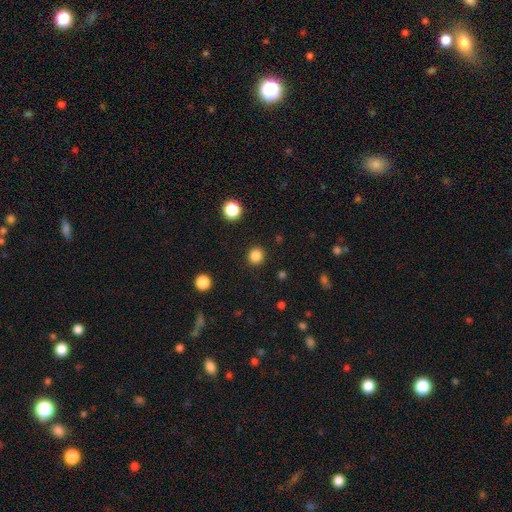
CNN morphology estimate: smooth_or_featured: smooth (p=0.84) [alt: star or artifact p=0.13]
how_rounded: round (p=0.93) [alt: in between p=0.06]
merging: none (p=0.91) [alt: minor disturbance p=0.05]